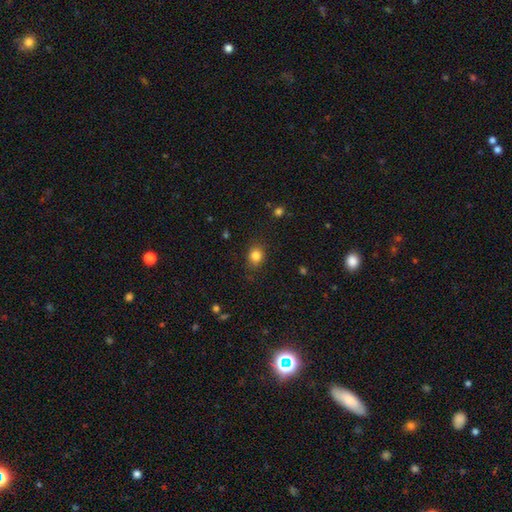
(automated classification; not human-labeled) The model was most divided on "how rounded": round: 64%, in between: 35%, cigar-shaped: 1%. More confident: merging — none (84%); smooth or featured — smooth (83%).